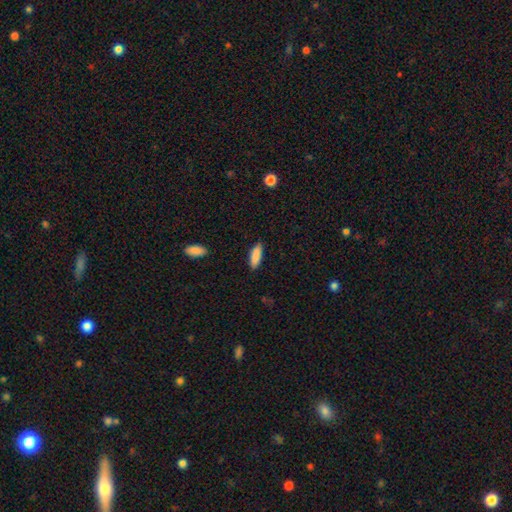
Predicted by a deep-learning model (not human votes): smooth 88%, star or artifact 6%, featured or disk 6%. Down the decision tree: how rounded — cigar-shaped (50%); merging — none (88%).